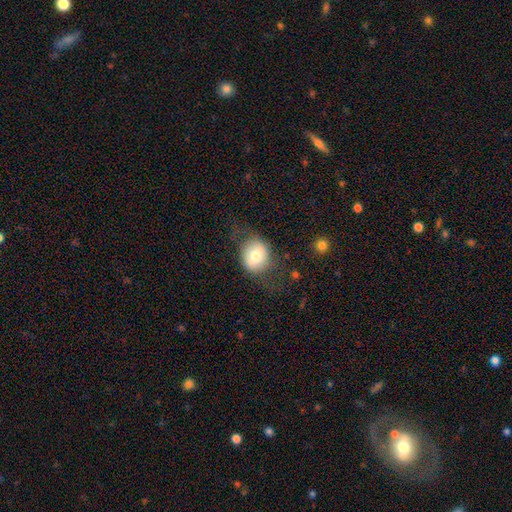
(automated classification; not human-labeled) smooth 70%, featured or disk 22%, star or artifact 8%. Down the decision tree: how rounded — round (70%); merging — none (61%).